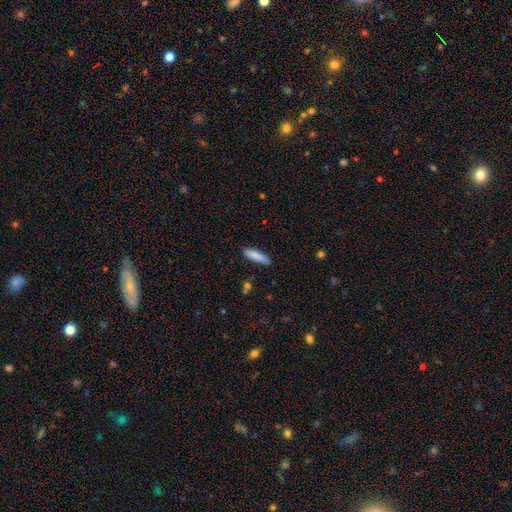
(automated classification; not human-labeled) Smooth or featured? Predicted: smooth (p=0.85). How rounded? Predicted: cigar-shaped (p=0.70). Merging? Predicted: none (p=0.87).